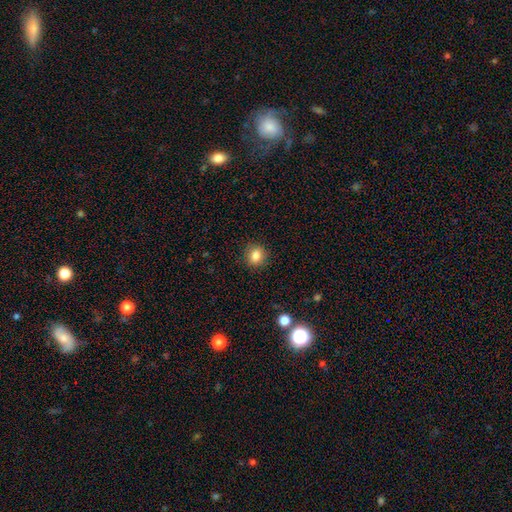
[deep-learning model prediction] smooth-or-featured: smooth: 84% | star or artifact: 11% | featured or disk: 5%
  how-rounded: round: 78% | in between: 21% | cigar-shaped: 1%
  merging: none: 90% | minor disturbance: 7% | major disturbance: 2% | merger: 1%